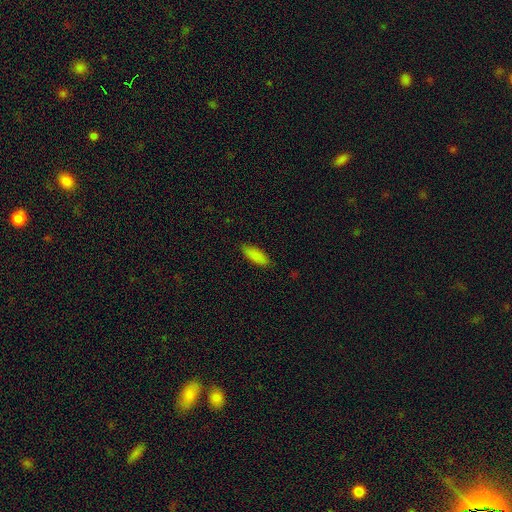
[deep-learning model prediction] smooth 88%, star or artifact 7%, featured or disk 5%. Down the decision tree: how rounded — in between (68%); merging — none (85%).